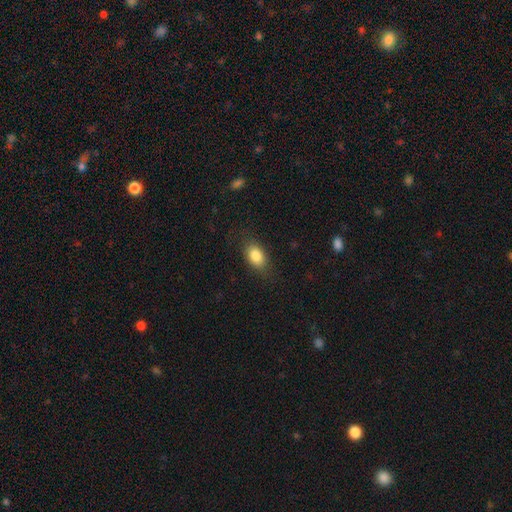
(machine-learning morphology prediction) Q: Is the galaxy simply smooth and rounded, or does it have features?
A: smooth — 85%.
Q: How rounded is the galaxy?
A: in between — 87%.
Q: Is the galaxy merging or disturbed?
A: none — 80%.